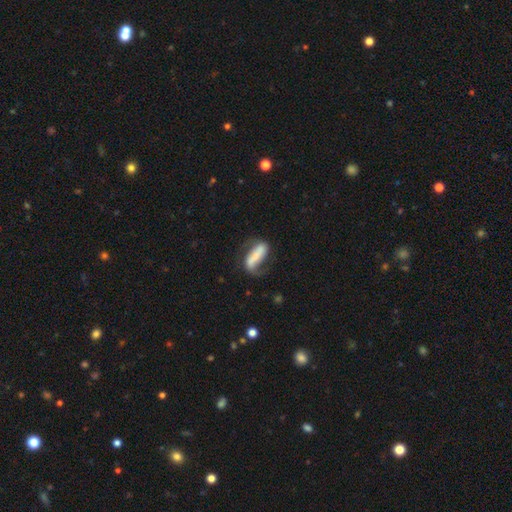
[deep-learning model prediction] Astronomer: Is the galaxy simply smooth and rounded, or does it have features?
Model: smooth — 49% (runner-up: featured or disk, 43%).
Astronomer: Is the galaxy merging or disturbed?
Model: none — 44% (runner-up: major disturbance, 26%).